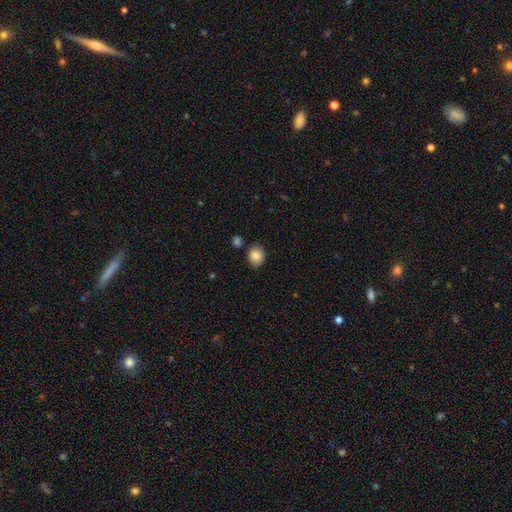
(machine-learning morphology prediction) type=smooth (86%); roundness=round (55%); merging=none (80%).